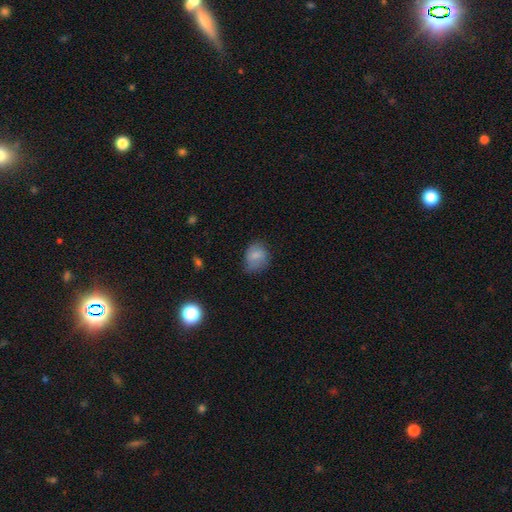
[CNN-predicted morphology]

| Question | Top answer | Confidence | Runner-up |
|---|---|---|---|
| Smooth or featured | smooth | 79% | featured or disk (13%) |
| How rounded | in between | 50% | round (49%) |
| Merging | none | 55% | minor disturbance (33%) |